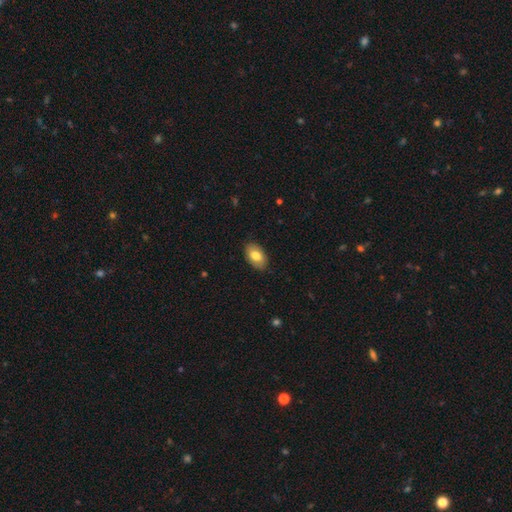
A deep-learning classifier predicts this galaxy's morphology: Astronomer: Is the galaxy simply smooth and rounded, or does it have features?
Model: smooth — 79%.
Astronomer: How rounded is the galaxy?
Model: in between — 93%.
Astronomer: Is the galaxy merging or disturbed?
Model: none — 87%.